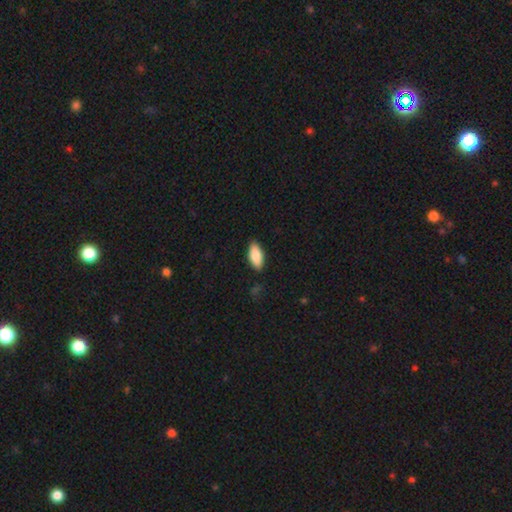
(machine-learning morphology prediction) smooth 86%, featured or disk 8%, star or artifact 6%. Down the decision tree: how rounded — in between (86%); merging — none (87%).